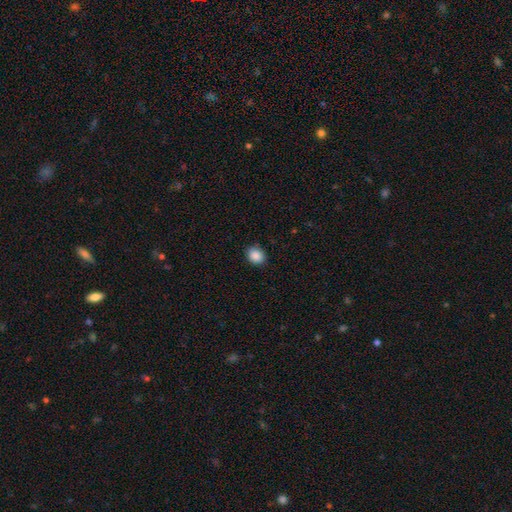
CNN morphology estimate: Smooth or featured? smooth (88%)
How rounded? round (58%)
Merging? none (88%)